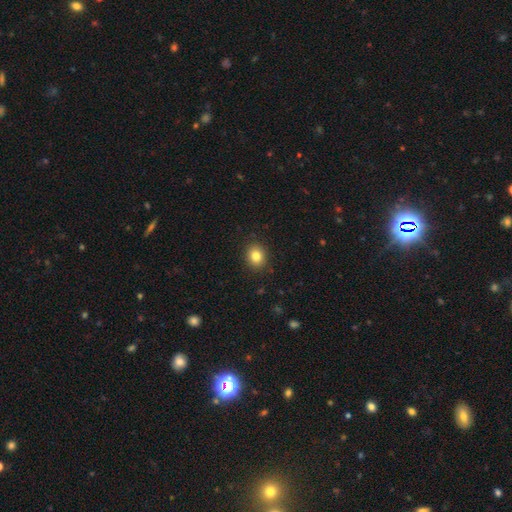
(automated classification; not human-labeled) The model was most divided on "how rounded": round: 65%, in between: 34%, cigar-shaped: 1%. More confident: merging — none (90%); smooth or featured — smooth (83%).